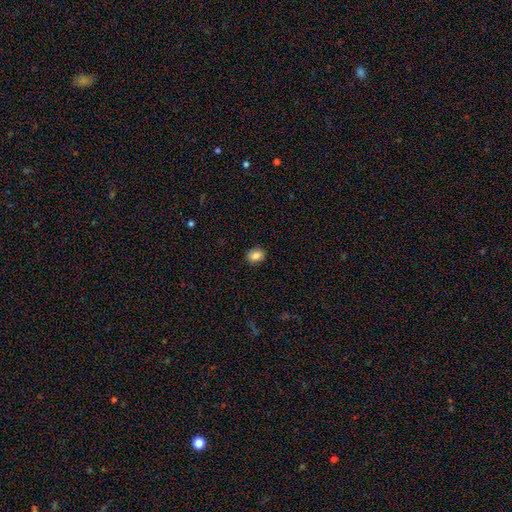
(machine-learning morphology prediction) Smooth or featured?
  - smooth: 85% *
  - star or artifact: 9%
  - featured or disk: 6%
How rounded?
  - in between: 55% *
  - round: 44%
  - cigar-shaped: 1%
Merging?
  - none: 89% *
  - minor disturbance: 8%
  - major disturbance: 2%
  - merger: 1%